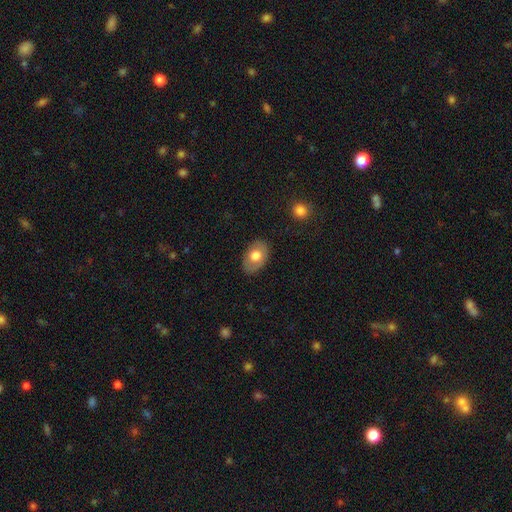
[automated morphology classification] The model was most divided on "smooth or featured": smooth: 68%, featured or disk: 26%, star or artifact: 7%. More confident: how rounded — in between (84%); merging — none (83%).